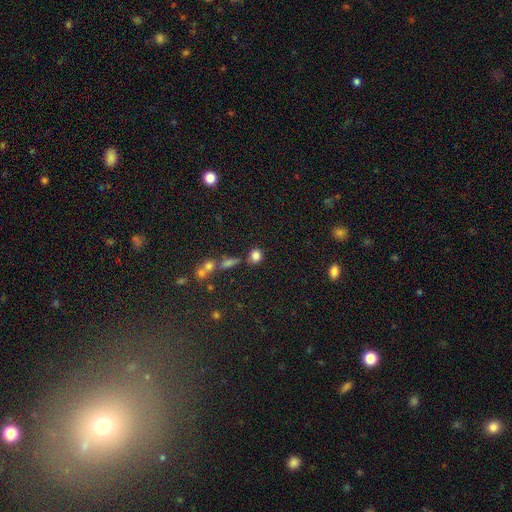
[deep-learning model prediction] Smooth or featured? smooth (80%)
How rounded? round (75%)
Merging? none (64%)